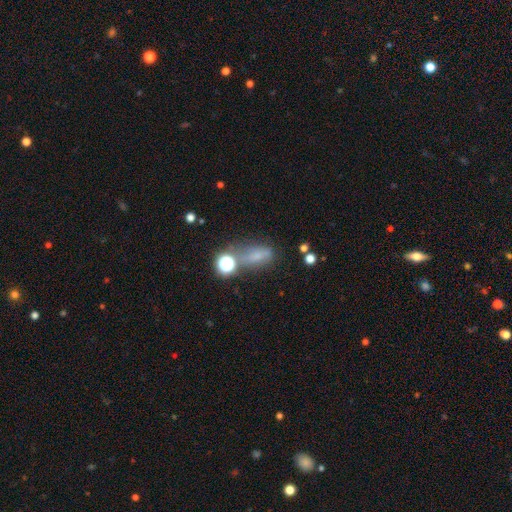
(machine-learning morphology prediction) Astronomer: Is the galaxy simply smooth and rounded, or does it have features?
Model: smooth — 52%.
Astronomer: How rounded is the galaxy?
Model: in between — 63%.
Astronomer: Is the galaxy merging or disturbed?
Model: none — 46% (runner-up: minor disturbance, 24%).